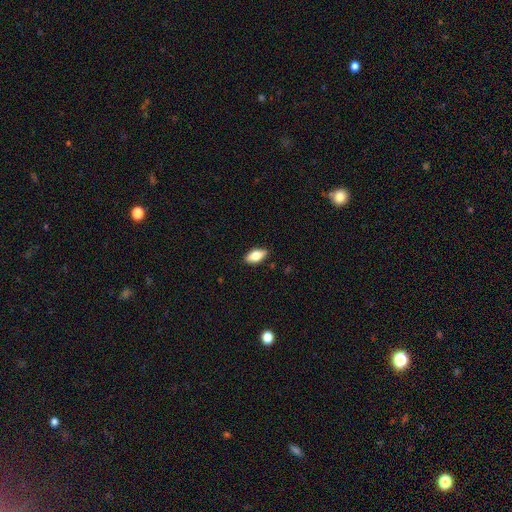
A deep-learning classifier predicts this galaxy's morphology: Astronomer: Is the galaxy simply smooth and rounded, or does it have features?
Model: smooth — 72%.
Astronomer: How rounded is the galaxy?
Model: in between — 87%.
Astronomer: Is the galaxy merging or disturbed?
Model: none — 88%.